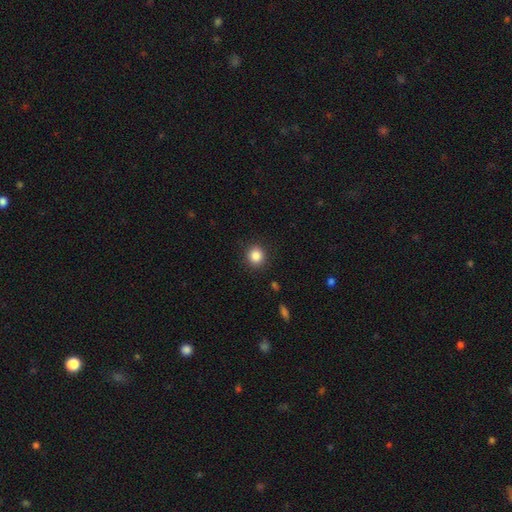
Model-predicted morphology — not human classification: The model was most divided on "how rounded": round: 87%, in between: 12%, cigar-shaped: 1%. More confident: merging — none (89%); smooth or featured — smooth (86%).